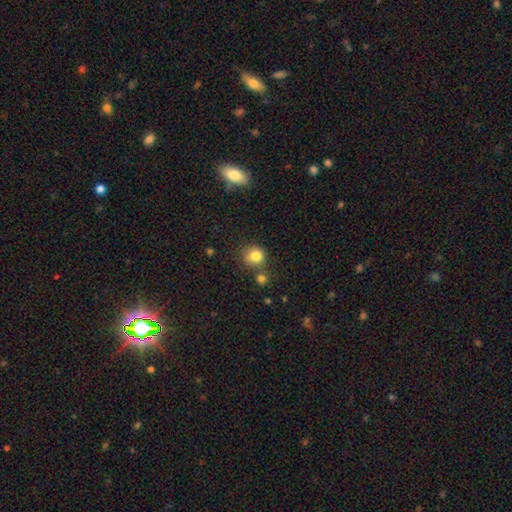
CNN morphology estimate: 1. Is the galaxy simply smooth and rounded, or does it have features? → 81% smooth, 12% star or artifact, 7% featured or disk.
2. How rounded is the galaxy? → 88% round, 11% in between, 1% cigar-shaped.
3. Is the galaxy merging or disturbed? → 70% none, 13% merger, 13% minor disturbance, 4% major disturbance.